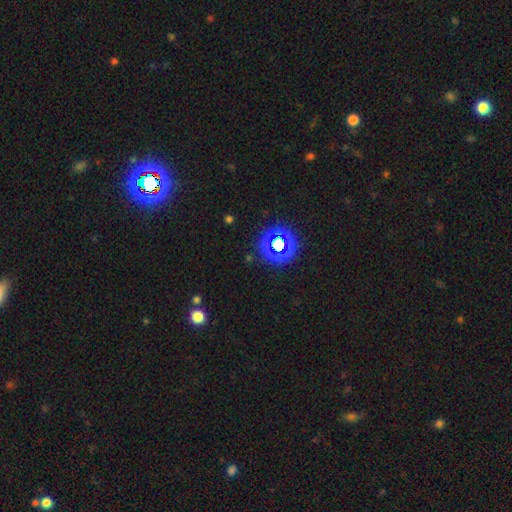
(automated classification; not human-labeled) This appears to be a star or artifact, not a galaxy (75%).